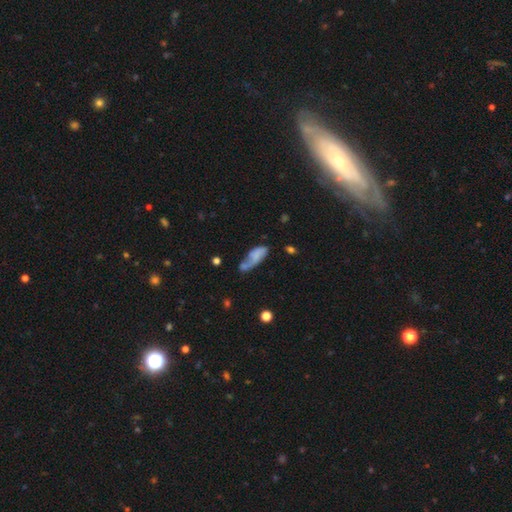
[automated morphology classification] Smooth or featured? smooth (51%)
How rounded? in between (75%)
Merging? none (33%)